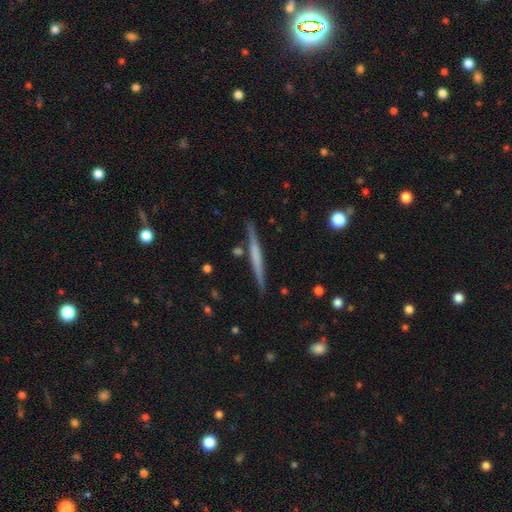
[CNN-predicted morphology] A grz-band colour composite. It shows a featured or disk galaxy (55%) viewed edge-on (98%) with no central bulge (73%). Merging: none (88%).